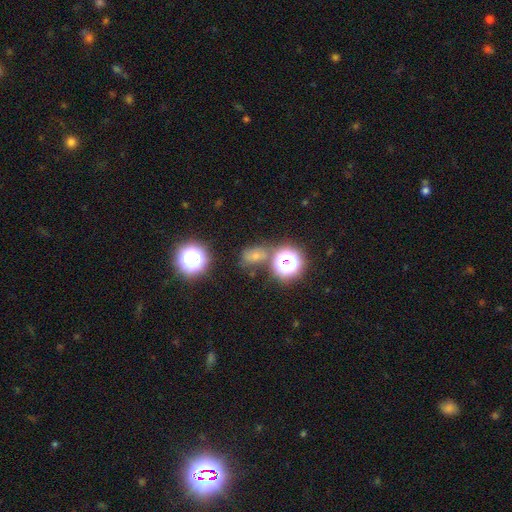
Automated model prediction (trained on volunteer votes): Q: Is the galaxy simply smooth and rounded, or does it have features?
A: star or artifact — 48%.